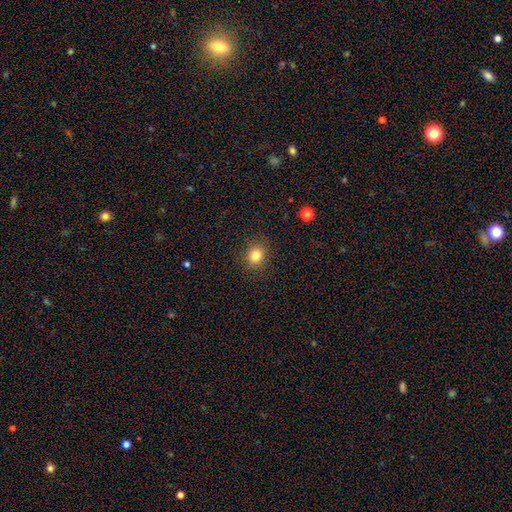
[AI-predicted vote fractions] Smooth or featured?
  - smooth: 82% *
  - star or artifact: 12%
  - featured or disk: 6%
How rounded?
  - round: 76% *
  - in between: 23%
  - cigar-shaped: 1%
Merging?
  - none: 89% *
  - minor disturbance: 7%
  - major disturbance: 3%
  - merger: 1%